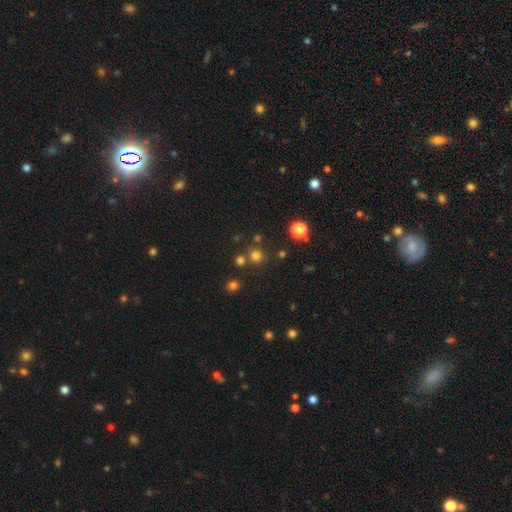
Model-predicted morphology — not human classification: Smooth or featured? Predicted: smooth (p=0.71). How rounded? Predicted: round (p=0.93). Merging? Predicted: none (p=0.77).